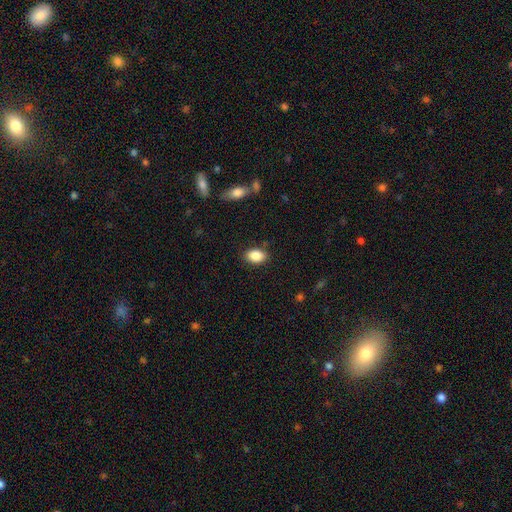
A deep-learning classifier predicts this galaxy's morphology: Q: Smooth or featured?
A: smooth (87%); runner-up: star or artifact (8%)
Q: How rounded?
A: in between (84%); runner-up: round (15%)
Q: Merging?
A: none (86%); runner-up: minor disturbance (10%)